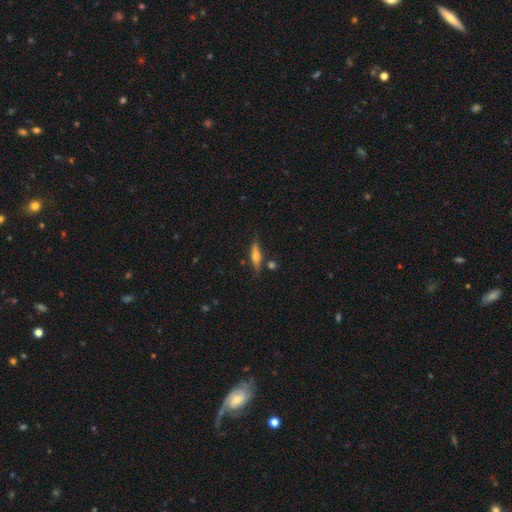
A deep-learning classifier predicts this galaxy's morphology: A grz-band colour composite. It shows a featured or disk galaxy (56%) viewed edge-on (95%) with a rounded central bulge (81%). Merging: none (80%).